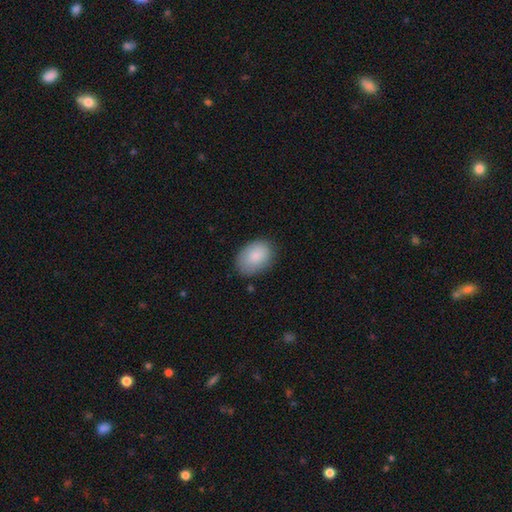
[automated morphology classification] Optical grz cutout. It shows a smooth galaxy with no disk features (86%) that is in between round and cigar-shaped (81%). Merging: none (78%).